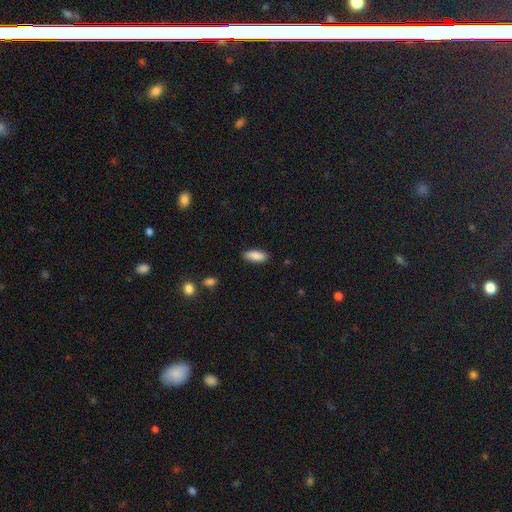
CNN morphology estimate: The model was most divided on "how rounded": in between: 78%, cigar-shaped: 20%, round: 2%. More confident: smooth or featured — smooth (87%); merging — none (85%).